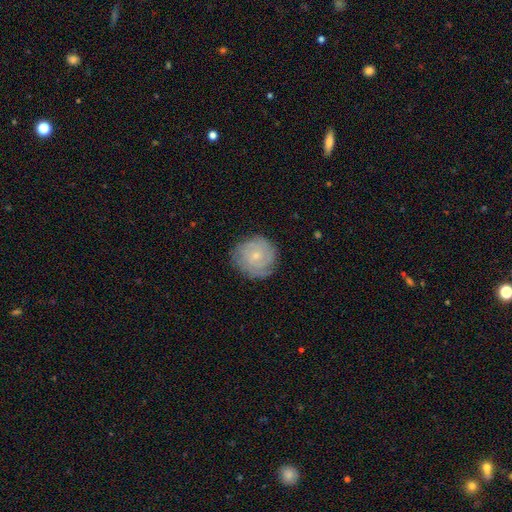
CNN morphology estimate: Smooth or featured: featured or disk — 69% (smooth — 24%)
Edge-on disk: no — 98% (yes — 2%)
Bar: no — 78% (weak — 19%)
Spiral arms: yes — 92% (no — 8%)
Spiral winding: tight — 76% (medium — 19%)
Spiral arm count: can't tell — 38% (3 — 21%)
Bulge size: small — 77% (moderate — 18%)
Merging: none — 80% (minor disturbance — 14%)